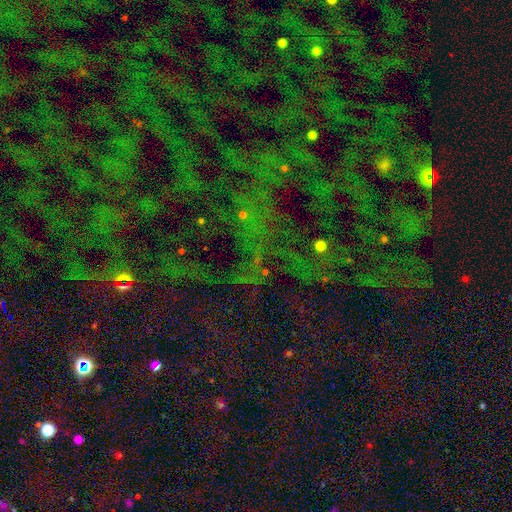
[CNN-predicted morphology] A star or artifact, not a galaxy (79%).

Vote fractions:
- Smooth or featured? star or artifact: 79% / smooth: 13% / featured or disk: 8%